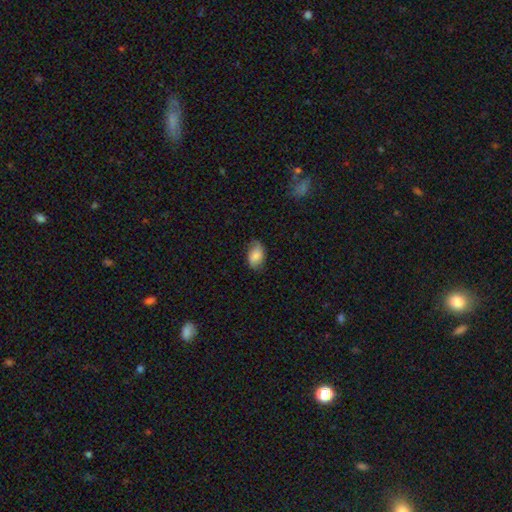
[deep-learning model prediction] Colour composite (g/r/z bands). It shows a smooth galaxy with no disk features (81%) that is in between round and cigar-shaped (89%). Merging: none (72%).